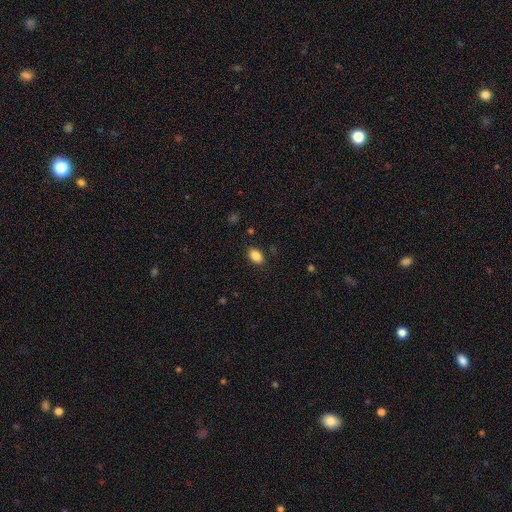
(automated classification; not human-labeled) Smooth or featured? smooth (86%)
How rounded? in between (86%)
Merging? none (86%)